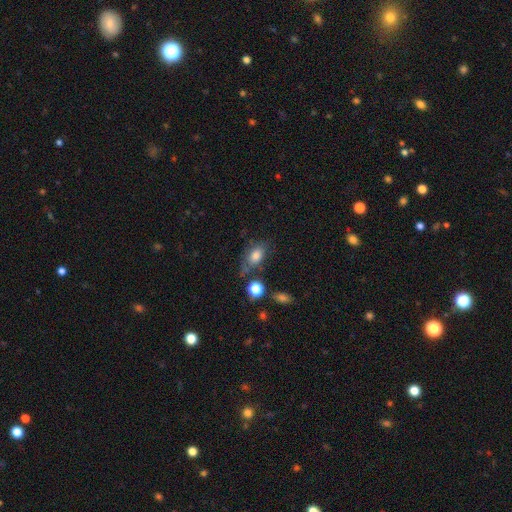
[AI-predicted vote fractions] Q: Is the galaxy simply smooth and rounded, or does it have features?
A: smooth — 77%.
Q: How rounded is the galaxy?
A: in between — 84%.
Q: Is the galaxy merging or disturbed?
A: none — 56%.